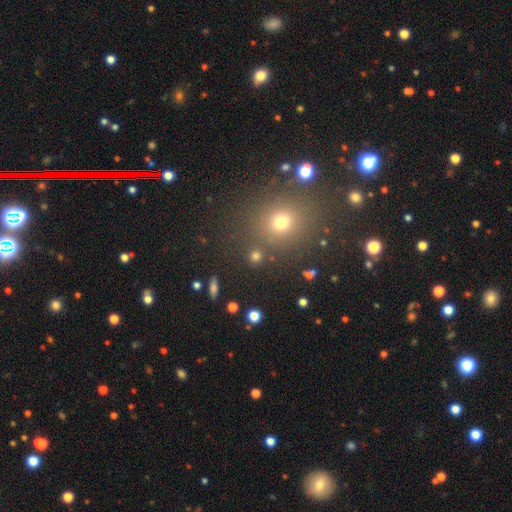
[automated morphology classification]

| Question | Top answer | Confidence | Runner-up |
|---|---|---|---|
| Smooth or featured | smooth | 68% | star or artifact (25%) |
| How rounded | round | 87% | in between (11%) |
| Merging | none | 84% | minor disturbance (7%) |